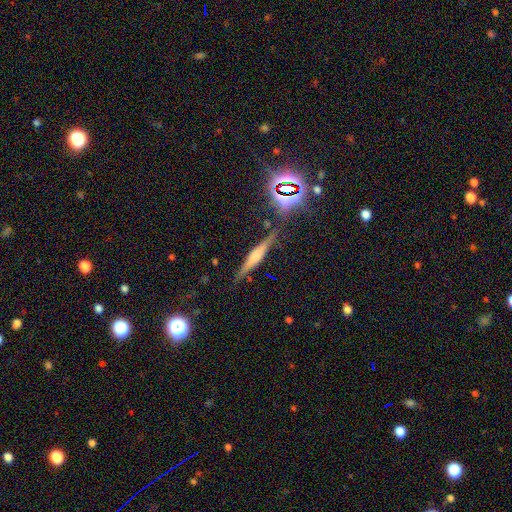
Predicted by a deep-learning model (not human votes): A featured or disk galaxy (57%) viewed edge-on (96%) with a rounded central bulge (55%). Merging: none (82%).